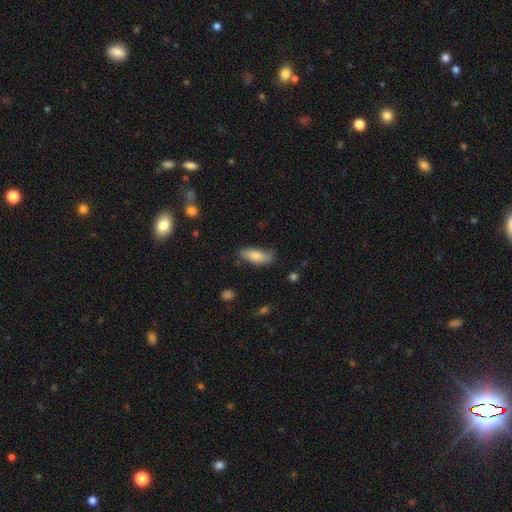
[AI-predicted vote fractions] Smooth or featured? smooth (79%)
How rounded? in between (75%)
Merging? none (67%)